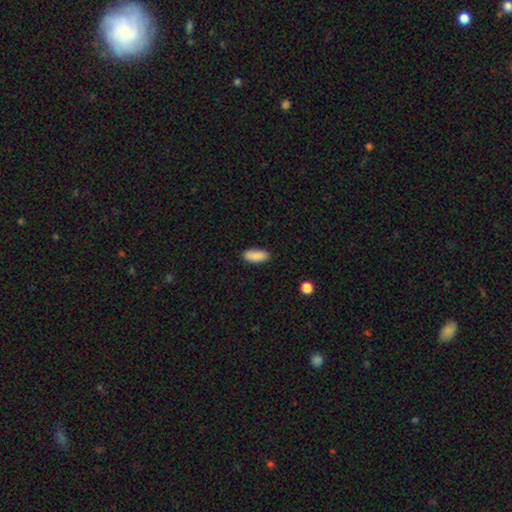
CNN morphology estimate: Smooth or featured: smooth — 90% (star or artifact — 7%)
How rounded: in between — 82% (cigar-shaped — 16%)
Merging: none — 87% (minor disturbance — 10%)